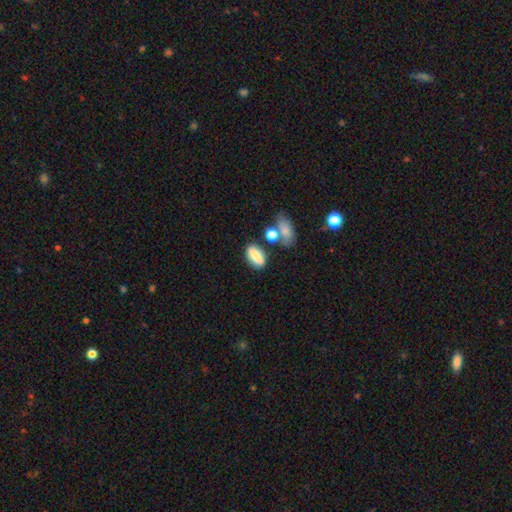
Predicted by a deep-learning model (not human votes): Smooth or featured? smooth (80%)
How rounded? in between (83%)
Merging? none (70%)